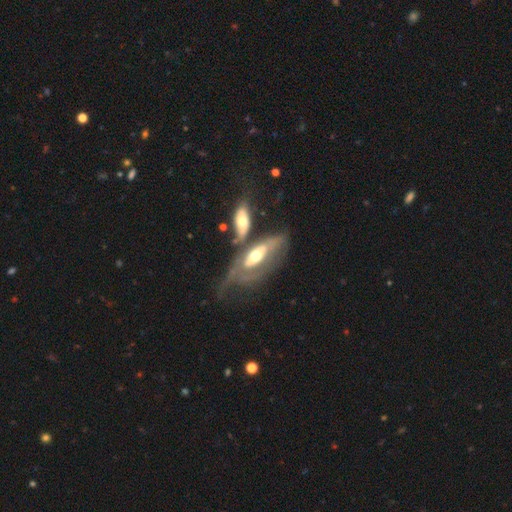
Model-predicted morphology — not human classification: Q: Smooth or featured?
A: featured or disk (65%); runner-up: smooth (29%)
Q: Edge-on disk?
A: no (83%); runner-up: yes (17%)
Q: Bar?
A: no (72%); runner-up: weak (19%)
Q: Spiral arms?
A: no (51%); runner-up: yes (49%)
Q: Bulge size?
A: moderate (66%); runner-up: large (20%)
Q: Merging?
A: merger (39%); runner-up: major disturbance (29%)